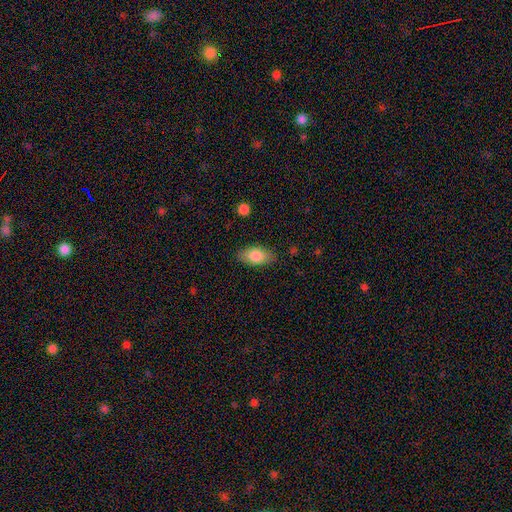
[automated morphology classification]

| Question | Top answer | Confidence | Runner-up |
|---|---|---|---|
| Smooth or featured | smooth | 82% | featured or disk (12%) |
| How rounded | in between | 91% | cigar-shaped (5%) |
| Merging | none | 83% | minor disturbance (12%) |